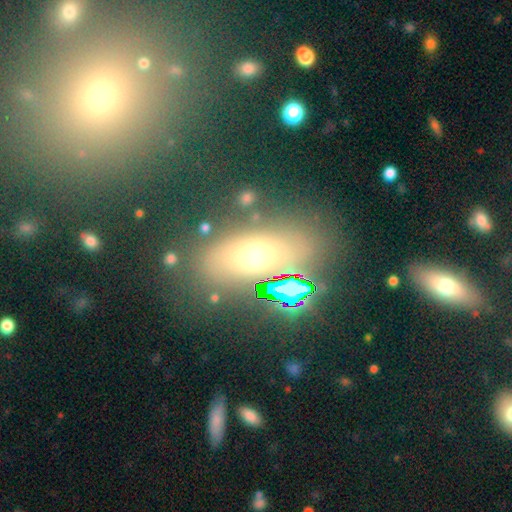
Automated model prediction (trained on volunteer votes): This is possibly a smooth galaxy (55%). How rounded: likely in between (73%). Merging: likely none (76%).